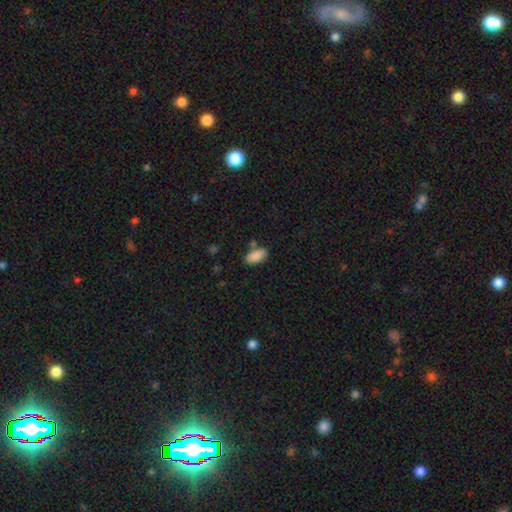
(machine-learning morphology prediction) Smooth or featured? Predicted: smooth (p=0.89). How rounded? Predicted: in between (p=0.91). Merging? Predicted: none (p=0.76).